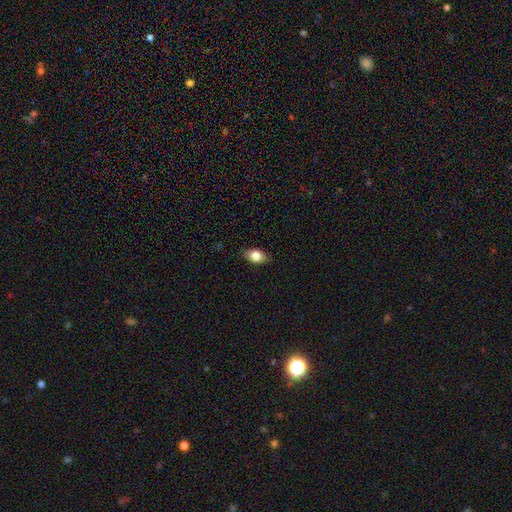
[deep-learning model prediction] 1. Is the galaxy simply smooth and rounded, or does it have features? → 80% smooth, 13% featured or disk, 8% star or artifact.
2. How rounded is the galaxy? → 86% in between, 11% round, 3% cigar-shaped.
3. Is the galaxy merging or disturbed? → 86% none, 11% minor disturbance, 2% major disturbance, 1% merger.